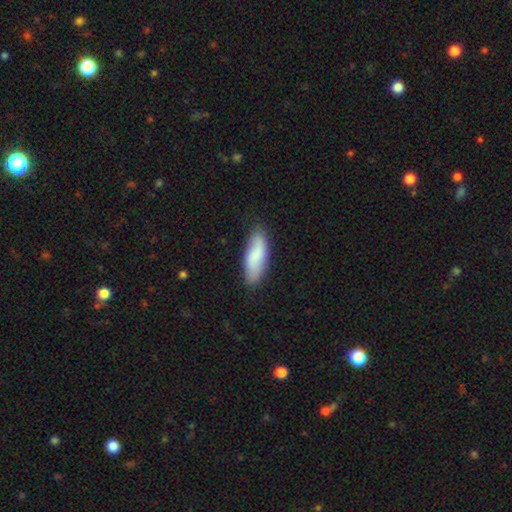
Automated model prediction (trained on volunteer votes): Smooth or featured?
  - smooth: 80% *
  - featured or disk: 15%
  - star or artifact: 5%
How rounded?
  - in between: 64% *
  - cigar-shaped: 35%
  - round: 2%
Merging?
  - none: 80% *
  - minor disturbance: 15%
  - major disturbance: 3%
  - merger: 1%